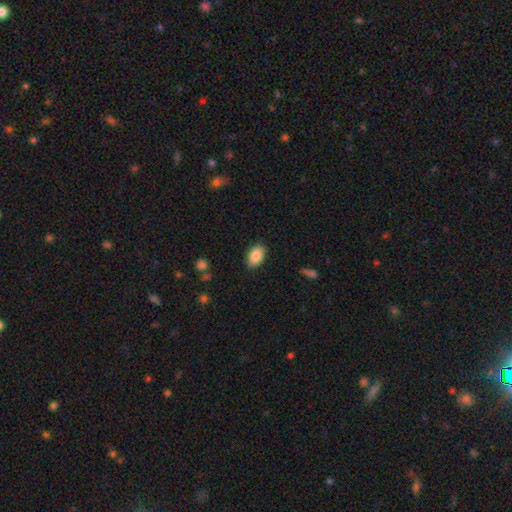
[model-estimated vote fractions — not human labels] Smooth or featured: smooth — 88% (star or artifact — 7%)
How rounded: in between — 92% (round — 6%)
Merging: none — 87% (minor disturbance — 9%)